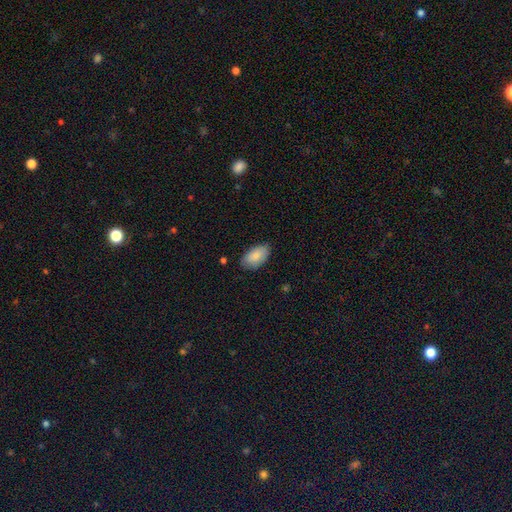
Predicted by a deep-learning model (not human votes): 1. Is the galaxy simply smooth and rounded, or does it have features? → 87% smooth, 7% featured or disk, 6% star or artifact.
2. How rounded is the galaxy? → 95% in between, 3% round, 2% cigar-shaped.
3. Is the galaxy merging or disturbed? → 79% none, 16% minor disturbance, 3% major disturbance, 1% merger.